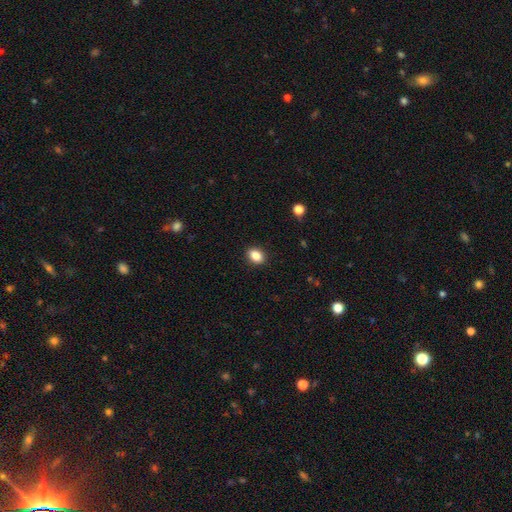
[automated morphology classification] smooth_or_featured: smooth (p=0.87) [alt: star or artifact p=0.09]
how_rounded: in between (p=0.70) [alt: round p=0.28]
merging: none (p=0.90) [alt: minor disturbance p=0.07]